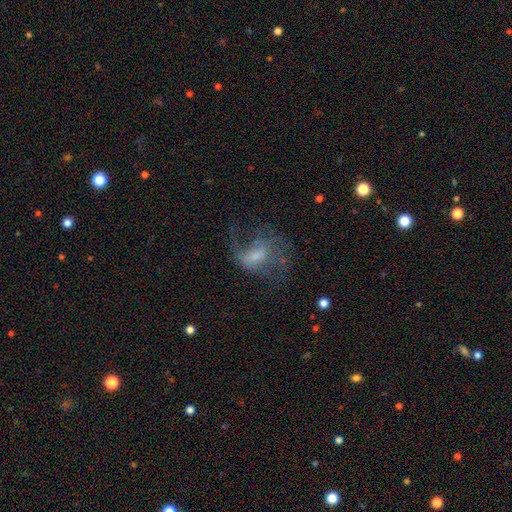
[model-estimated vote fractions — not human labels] This is possibly a featured or disk galaxy (59%). It is clearly not viewed edge-on (96%). Bar: marginally weak (45%). Spiral arm pattern: likely yes (67%). Central bulge: marginally moderate (34%). Merging: marginally major disturbance (40%).